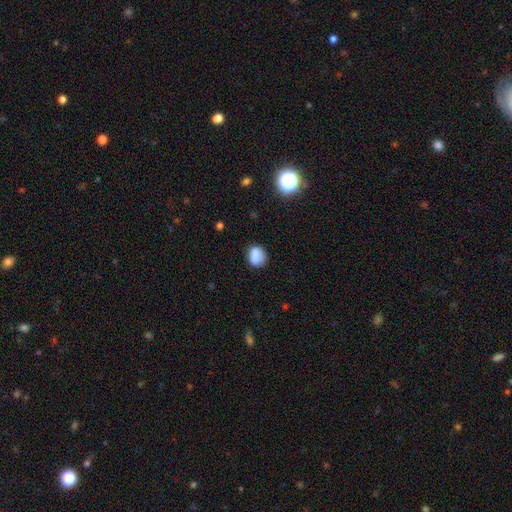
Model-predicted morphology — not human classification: Smooth or featured: smooth — 82% (star or artifact — 10%)
How rounded: round — 57% (in between — 42%)
Merging: none — 72% (minor disturbance — 19%)